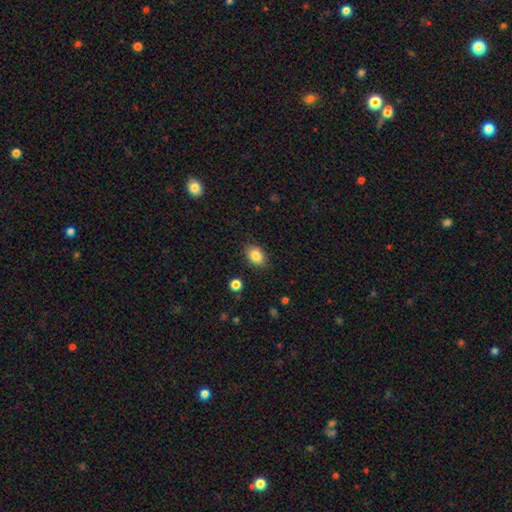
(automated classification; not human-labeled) This is clearly a smooth galaxy (84%). How rounded: likely in between (70%). Merging: clearly none (85%).